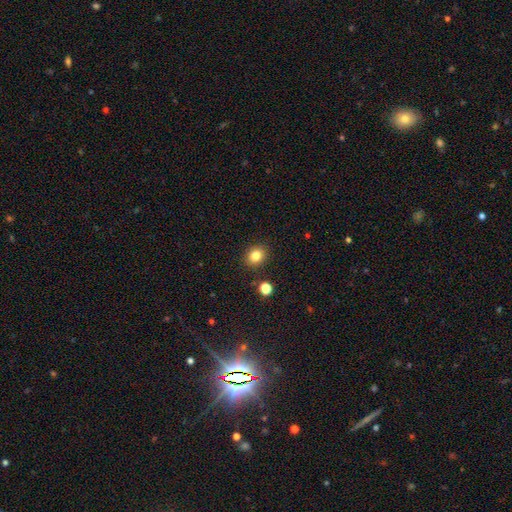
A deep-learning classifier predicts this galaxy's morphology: A smooth galaxy with no disk features (82%) that is round (66%).

Vote fractions:
- Smooth or featured? smooth: 82% / star or artifact: 12% / featured or disk: 6%
- How rounded? round: 66% / in between: 33% / cigar-shaped: 1%
- Merging? none: 89% / minor disturbance: 7% / merger: 2% / major disturbance: 2%